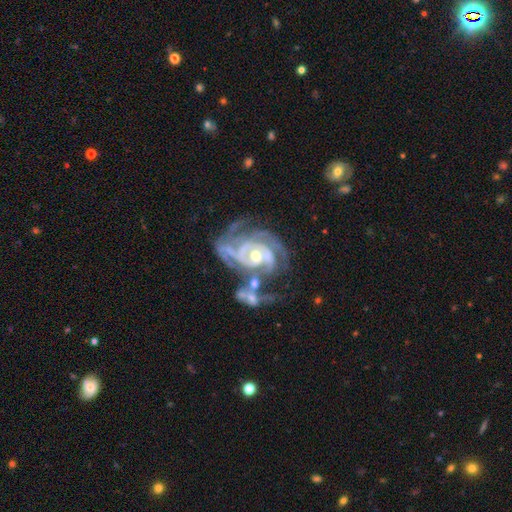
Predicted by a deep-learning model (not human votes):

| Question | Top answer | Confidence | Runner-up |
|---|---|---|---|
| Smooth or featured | featured or disk | 91% | star or artifact (5%) |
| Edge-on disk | no | 97% | yes (3%) |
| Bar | no | 54% | weak (32%) |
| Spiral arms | yes | 97% | no (3%) |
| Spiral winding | tight | 66% | medium (29%) |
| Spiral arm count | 2 | 31% | 3 (28%) |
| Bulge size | moderate | 57% | small (38%) |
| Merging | none | 38% | merger (23%) |